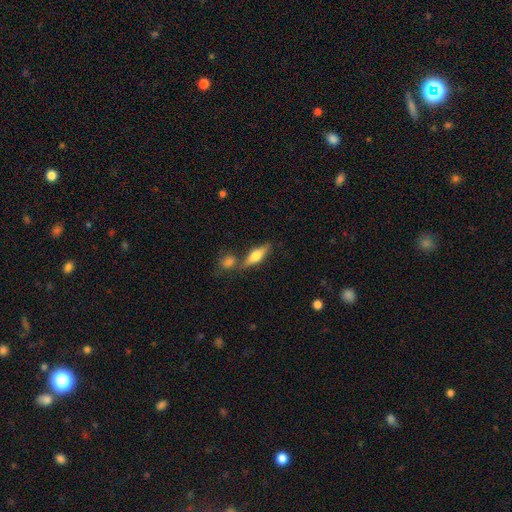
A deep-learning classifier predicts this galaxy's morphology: Overall: smooth (52%; featured or disk 41%). How rounded: cigar-shaped (49%; in between 48%). Merging: none (67%).